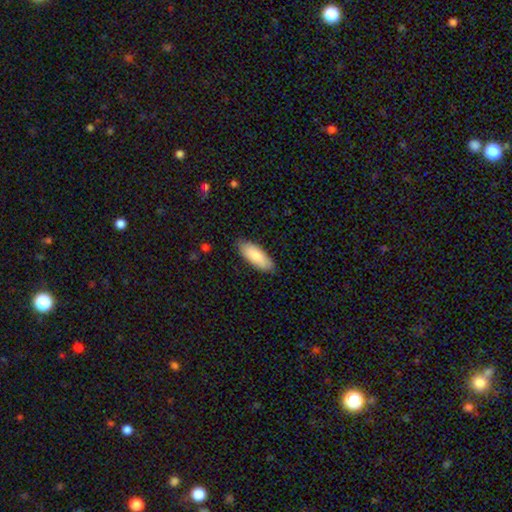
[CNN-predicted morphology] This appears to be a smooth galaxy with no disk features (83%) that is in between round and cigar-shaped (75%). Merging: none (85%).